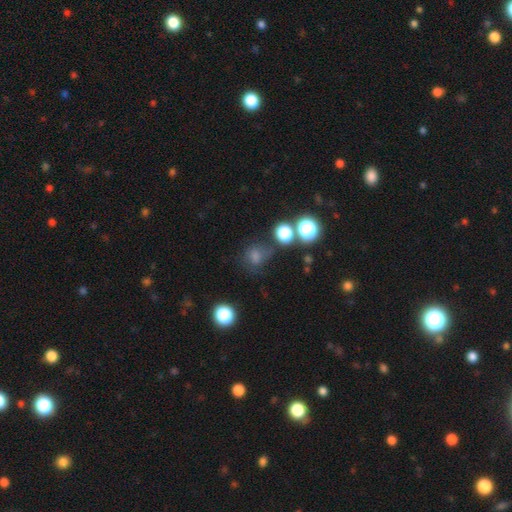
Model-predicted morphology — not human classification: smooth 67%, star or artifact 22%, featured or disk 11%. Down the decision tree: how rounded — round (70%); merging — none (54%).